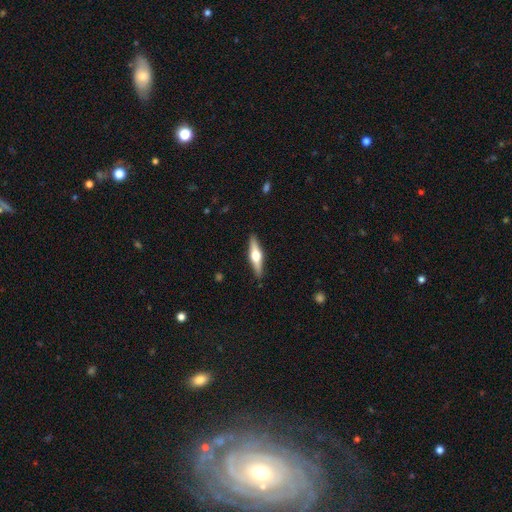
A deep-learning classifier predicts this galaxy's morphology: This is likely a featured or disk galaxy (64%). It is clearly viewed edge-on (96%). Edge-on bulge: clearly rounded (95%). Merging: clearly none (90%).